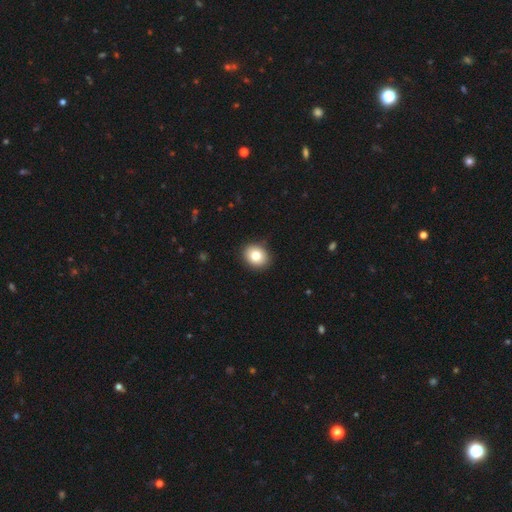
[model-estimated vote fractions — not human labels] Smooth or featured? Predicted: smooth (p=0.79). How rounded? Predicted: round (p=0.65). Merging? Predicted: none (p=0.89).